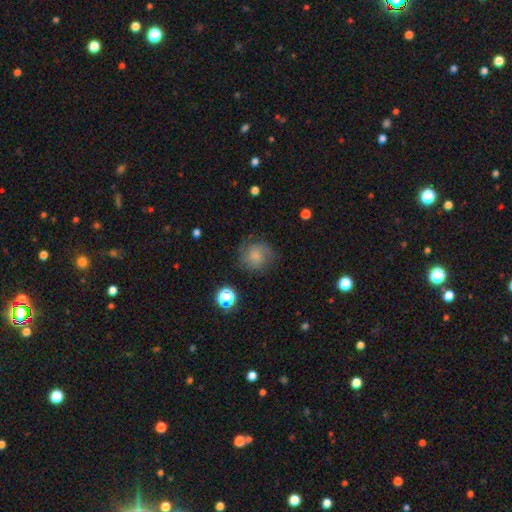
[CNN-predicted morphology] Smooth or featured? smooth (72%)
How rounded? round (86%)
Merging? none (70%)